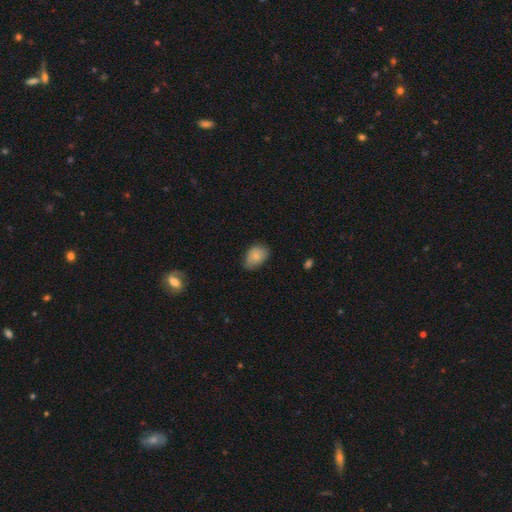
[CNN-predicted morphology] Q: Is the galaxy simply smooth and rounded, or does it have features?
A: smooth — 82%.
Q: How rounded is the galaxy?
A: in between — 81%.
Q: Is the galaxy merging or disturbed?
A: none — 63%.